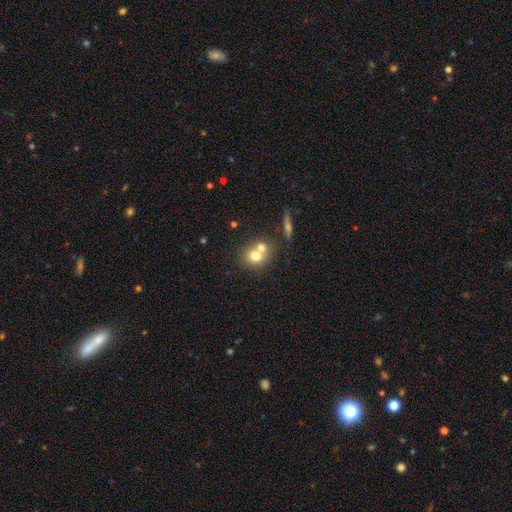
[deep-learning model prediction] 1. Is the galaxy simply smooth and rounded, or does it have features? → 70% smooth, 19% featured or disk, 11% star or artifact.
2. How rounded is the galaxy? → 75% round, 24% in between, 1% cigar-shaped.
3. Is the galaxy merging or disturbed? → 54% merger, 36% none, 7% minor disturbance, 3% major disturbance.